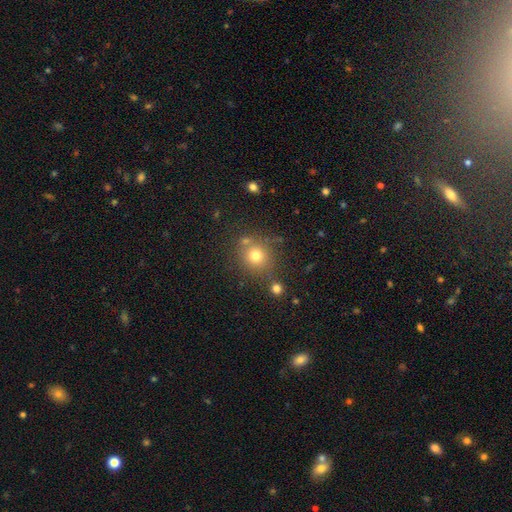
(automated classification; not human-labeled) smooth_or_featured: smooth (p=0.75) [alt: star or artifact p=0.15]
how_rounded: round (p=0.89) [alt: in between p=0.10]
merging: none (p=0.75) [alt: merger p=0.11]